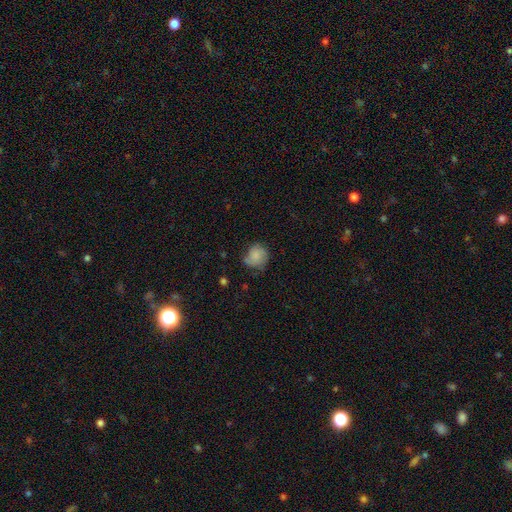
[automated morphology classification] Smooth or featured: smooth — 66% (featured or disk — 25%)
How rounded: round — 74% (in between — 25%)
Merging: none — 57% (minor disturbance — 29%)